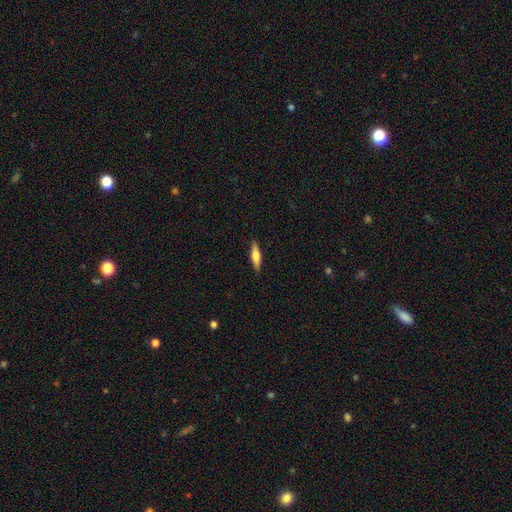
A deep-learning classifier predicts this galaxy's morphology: Smooth or featured: smooth — 53% (featured or disk — 41%)
How rounded: cigar-shaped — 66% (in between — 31%)
Merging: none — 89% (minor disturbance — 8%)